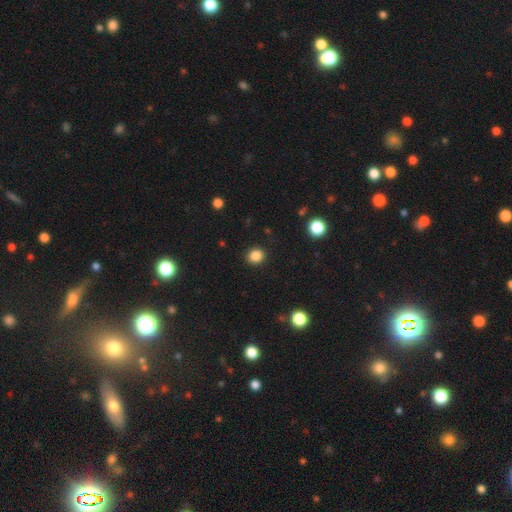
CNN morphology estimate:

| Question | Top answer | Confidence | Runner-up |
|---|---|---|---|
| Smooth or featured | smooth | 86% | star or artifact (11%) |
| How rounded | round | 80% | in between (19%) |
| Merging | none | 90% | minor disturbance (6%) |